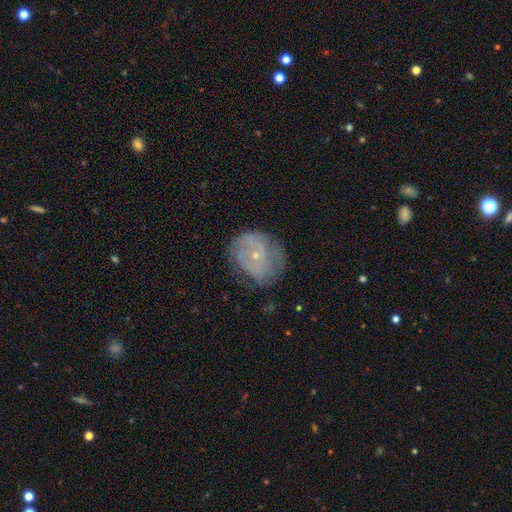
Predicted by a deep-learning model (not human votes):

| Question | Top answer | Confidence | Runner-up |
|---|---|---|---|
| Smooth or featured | featured or disk | 58% | smooth (32%) |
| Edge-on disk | no | 97% | yes (3%) |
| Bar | no | 77% | weak (19%) |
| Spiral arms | yes | 60% | no (40%) |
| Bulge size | small | 78% | moderate (17%) |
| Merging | none | 59% | minor disturbance (26%) |